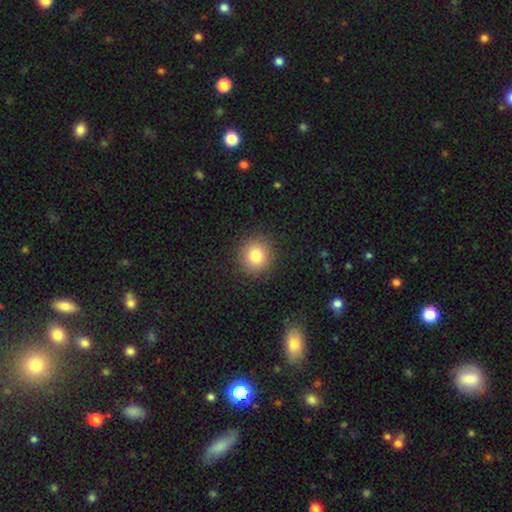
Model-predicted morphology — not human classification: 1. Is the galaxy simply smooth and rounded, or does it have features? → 81% smooth, 11% star or artifact, 8% featured or disk.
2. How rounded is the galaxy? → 91% round, 8% in between, 1% cigar-shaped.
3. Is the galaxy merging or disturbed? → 91% none, 6% minor disturbance, 2% major disturbance, 1% merger.